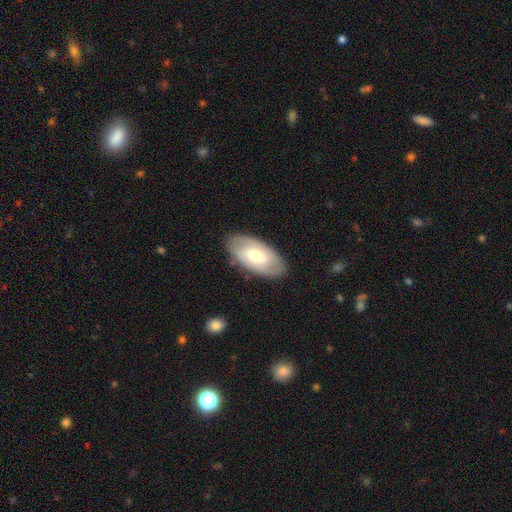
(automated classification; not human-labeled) A smooth galaxy with no disk features (49%).

Vote fractions:
- Smooth or featured? smooth: 49% / featured or disk: 46% / star or artifact: 5%
- Merging? none: 84% / minor disturbance: 12% / major disturbance: 3% / merger: 1%